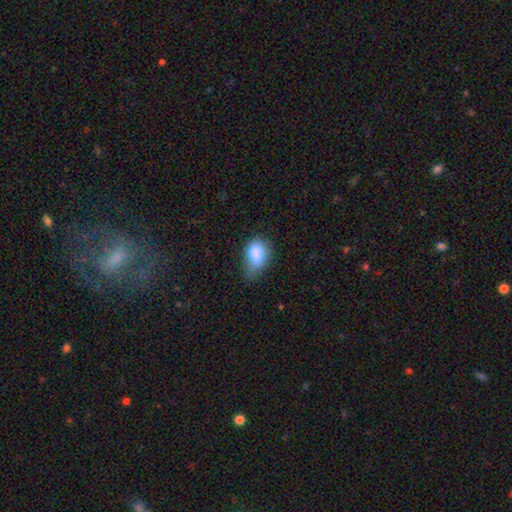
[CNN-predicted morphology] Smooth or featured?
  - smooth: 84% *
  - star or artifact: 8%
  - featured or disk: 8%
How rounded?
  - in between: 83% *
  - round: 16%
  - cigar-shaped: 2%
Merging?
  - minor disturbance: 44% *
  - none: 36%
  - major disturbance: 17%
  - merger: 3%